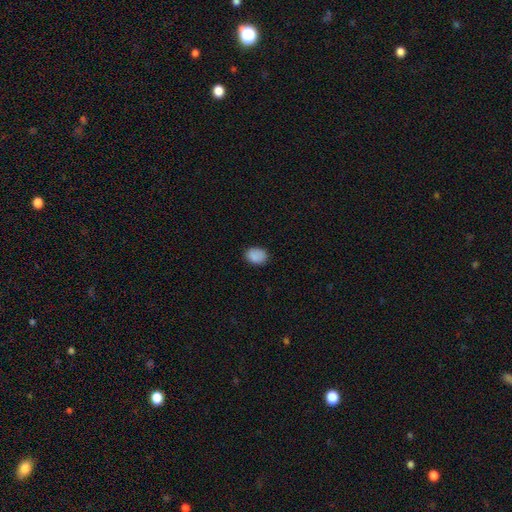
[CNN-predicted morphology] Smooth or featured? smooth (88%)
How rounded? in between (66%)
Merging? none (85%)